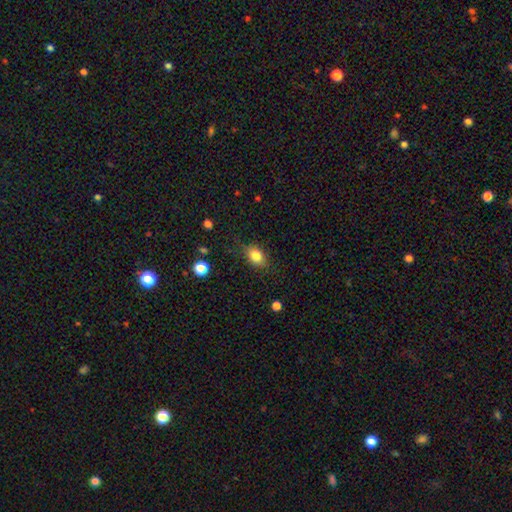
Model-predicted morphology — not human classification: Smooth or featured: smooth — 82% (star or artifact — 9%)
How rounded: in between — 73% (round — 25%)
Merging: none — 76% (minor disturbance — 18%)